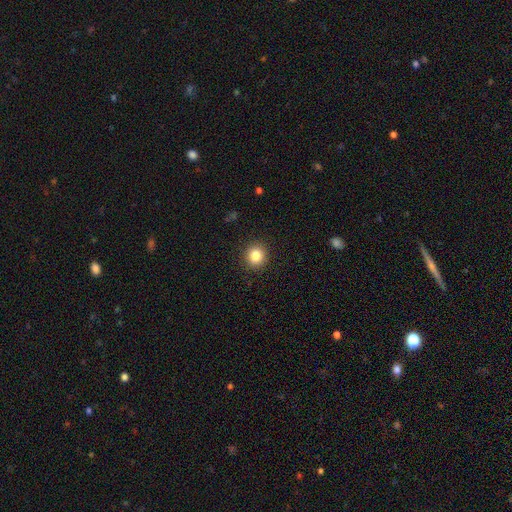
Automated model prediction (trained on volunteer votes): smooth 84%, star or artifact 10%, featured or disk 5%. Down the decision tree: how rounded — round (91%); merging — none (92%).